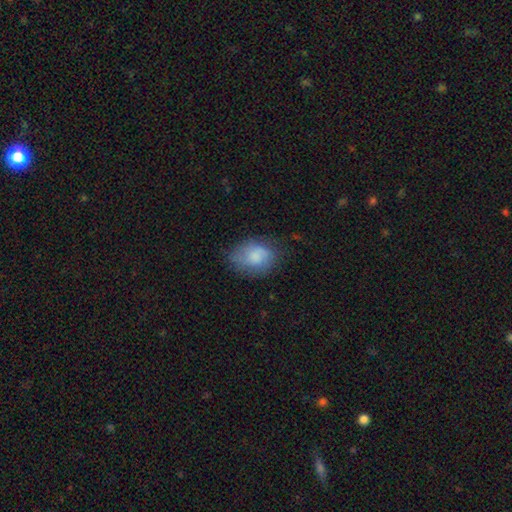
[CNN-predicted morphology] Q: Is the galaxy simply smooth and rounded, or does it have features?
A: smooth — 74%.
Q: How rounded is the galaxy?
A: in between — 70%.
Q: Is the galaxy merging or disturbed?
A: none — 58%.